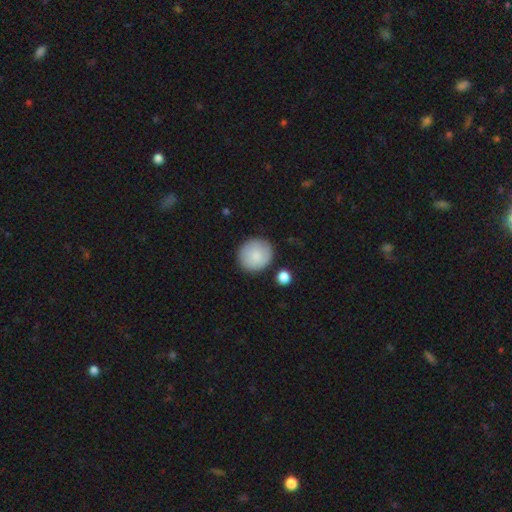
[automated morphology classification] A smooth galaxy with no disk features (83%) that is round (89%). Merging: none (82%).